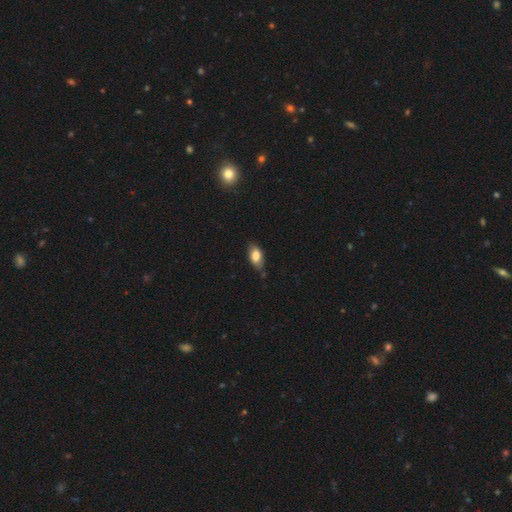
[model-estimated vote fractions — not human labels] This is likely a smooth galaxy (79%). How rounded: clearly in between (90%). Merging: likely none (72%).